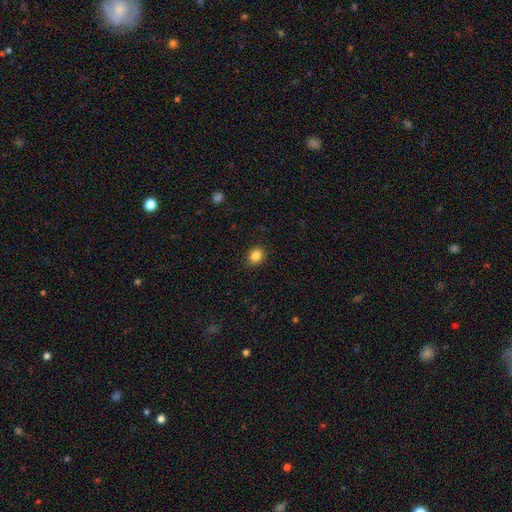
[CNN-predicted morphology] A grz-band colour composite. It shows a smooth galaxy with no disk features (84%) that is round (59%). Merging: none (90%).